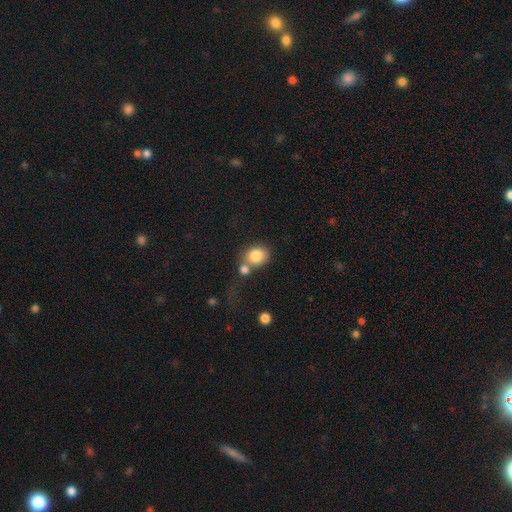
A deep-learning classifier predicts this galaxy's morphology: Smooth or featured?
  - smooth: 82% *
  - featured or disk: 9%
  - star or artifact: 9%
How rounded?
  - round: 65% *
  - in between: 34%
  - cigar-shaped: 1%
Merging?
  - merger: 42% *
  - none: 40%
  - minor disturbance: 11%
  - major disturbance: 7%